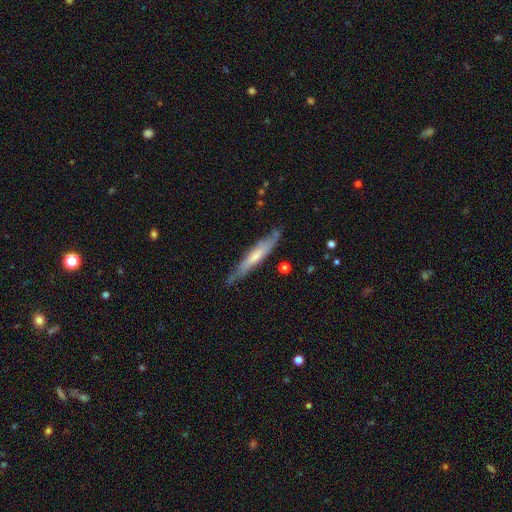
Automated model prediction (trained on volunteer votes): A featured or disk galaxy (49%). Merging: none (75%).